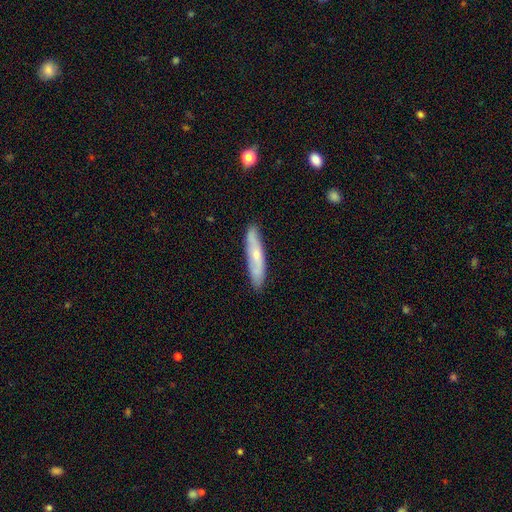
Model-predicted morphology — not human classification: Smooth or featured?
  - smooth: 49% *
  - featured or disk: 45%
  - star or artifact: 6%
Merging?
  - none: 85% *
  - minor disturbance: 12%
  - major disturbance: 2%
  - merger: 1%